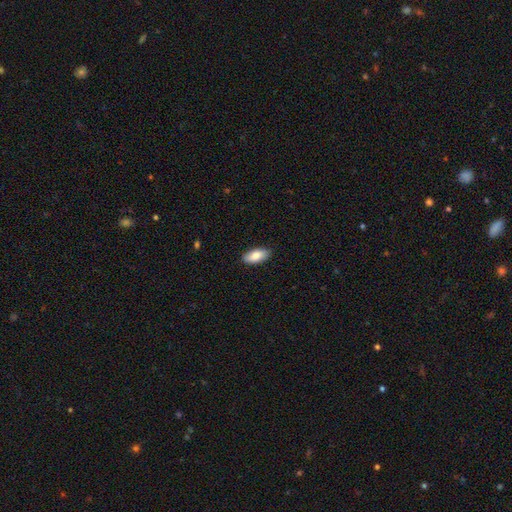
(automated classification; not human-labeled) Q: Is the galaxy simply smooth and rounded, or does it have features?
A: smooth — 85%.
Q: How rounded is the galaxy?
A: in between — 91%.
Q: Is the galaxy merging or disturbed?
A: none — 88%.